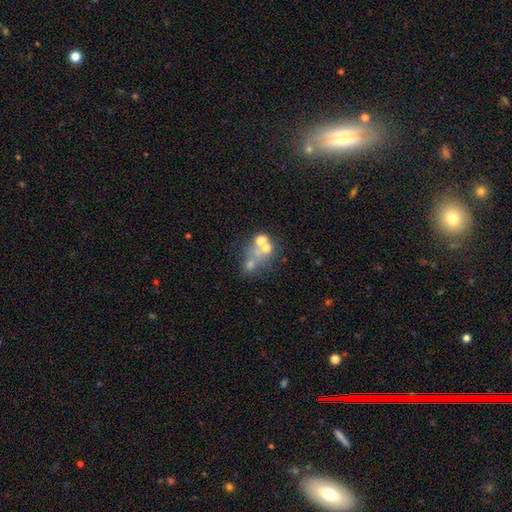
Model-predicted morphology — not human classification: This is marginally a smooth galaxy (38%). Merging: marginally none (43%).